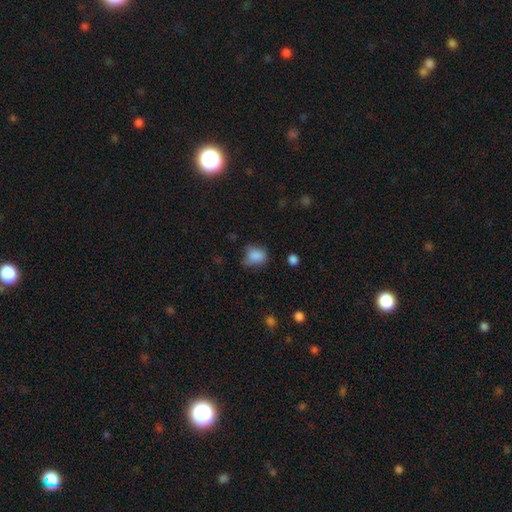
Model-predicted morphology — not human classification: This appears to be a smooth galaxy with no disk features (83%) that is in between round and cigar-shaped (54%). Merging: none (52%).